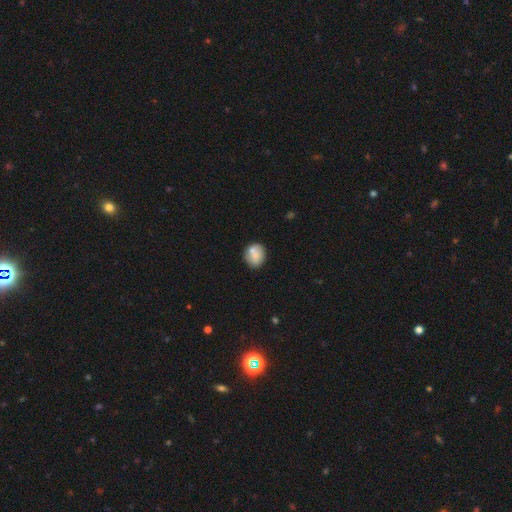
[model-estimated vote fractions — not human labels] Smooth or featured?
  - smooth: 70% *
  - featured or disk: 22%
  - star or artifact: 8%
How rounded?
  - round: 68% *
  - in between: 31%
  - cigar-shaped: 1%
Merging?
  - none: 60% *
  - merger: 20%
  - minor disturbance: 16%
  - major disturbance: 4%